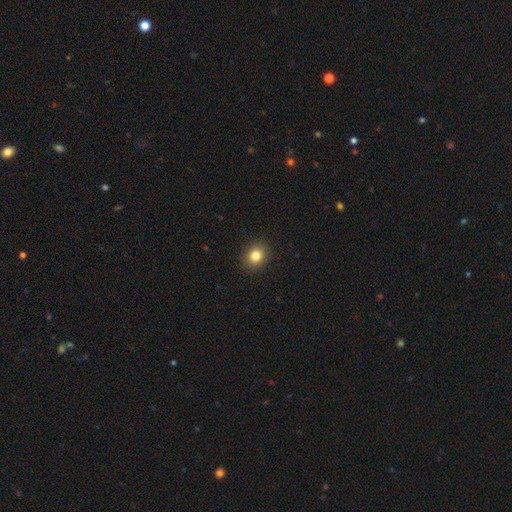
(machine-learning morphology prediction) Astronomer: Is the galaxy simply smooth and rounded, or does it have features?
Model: smooth — 83%.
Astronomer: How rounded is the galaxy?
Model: round — 74%.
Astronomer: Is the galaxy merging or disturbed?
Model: none — 91%.